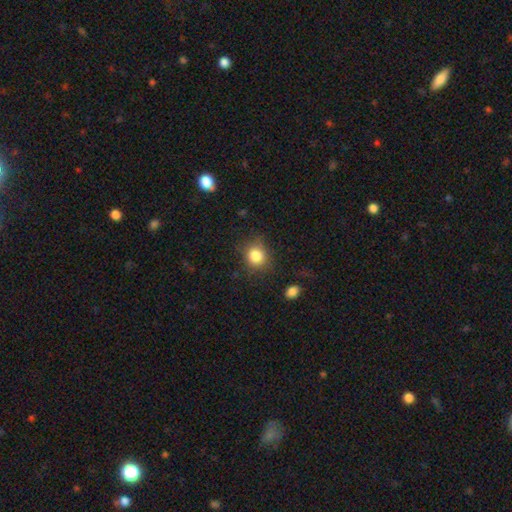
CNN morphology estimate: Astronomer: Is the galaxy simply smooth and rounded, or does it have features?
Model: smooth — 83%.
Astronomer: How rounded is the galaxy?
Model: round — 77%.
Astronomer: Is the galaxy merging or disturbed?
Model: none — 78%.